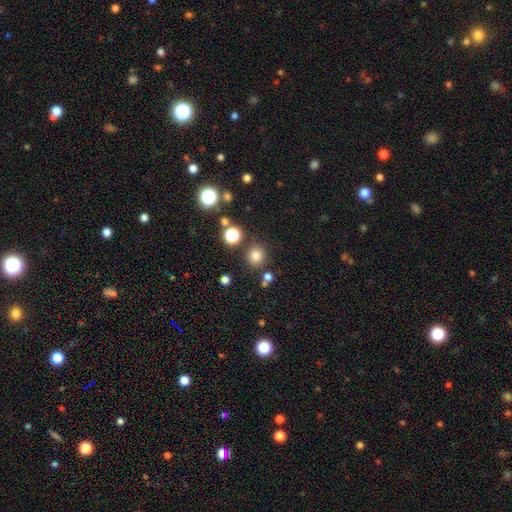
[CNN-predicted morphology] smooth 77%, star or artifact 17%, featured or disk 6%. Down the decision tree: how rounded — round (90%); merging — none (83%).